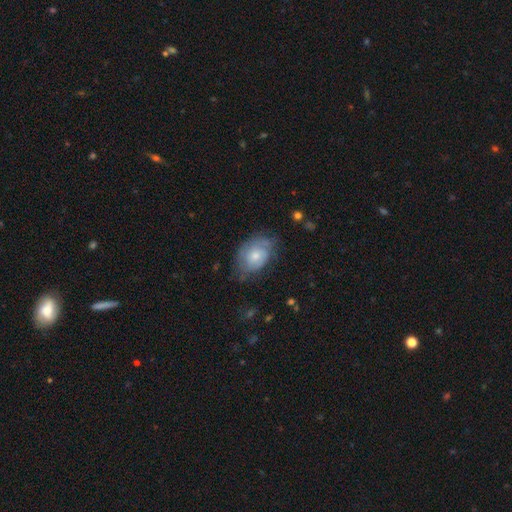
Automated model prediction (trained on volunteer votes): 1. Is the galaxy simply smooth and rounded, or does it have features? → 47% featured or disk (tied), 47% smooth (tied), 7% star or artifact.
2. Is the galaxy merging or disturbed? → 55% none, 30% minor disturbance, 13% major disturbance, 2% merger.